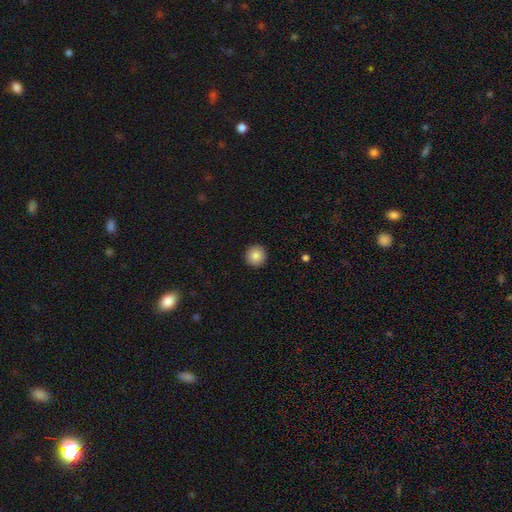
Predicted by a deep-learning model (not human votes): A smooth galaxy with no disk features (87%) that is round (95%).

Vote fractions:
- Smooth or featured? smooth: 87% / star or artifact: 9% / featured or disk: 4%
- How rounded? round: 95% / in between: 4% / cigar-shaped: 1%
- Merging? none: 93% / minor disturbance: 5% / major disturbance: 2% / merger: 1%